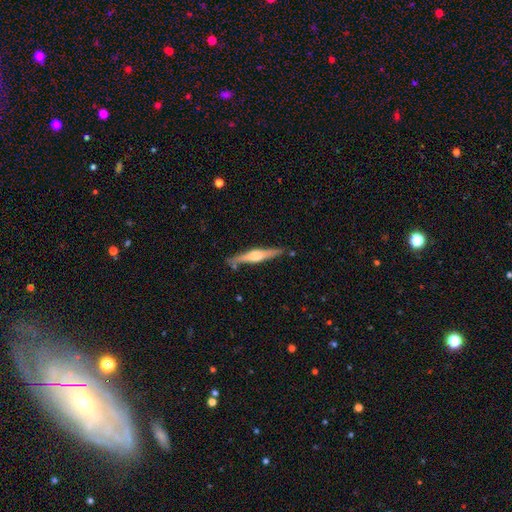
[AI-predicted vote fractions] smooth-or-featured: featured or disk: 66% | smooth: 29% | star or artifact: 5%
  disk-edge-on: yes: 96% | no: 4%
    edge-on-bulge: rounded: 85% | boxy: 10% | none: 5%
  merging: none: 81% | minor disturbance: 13% | merger: 4% | major disturbance: 2%